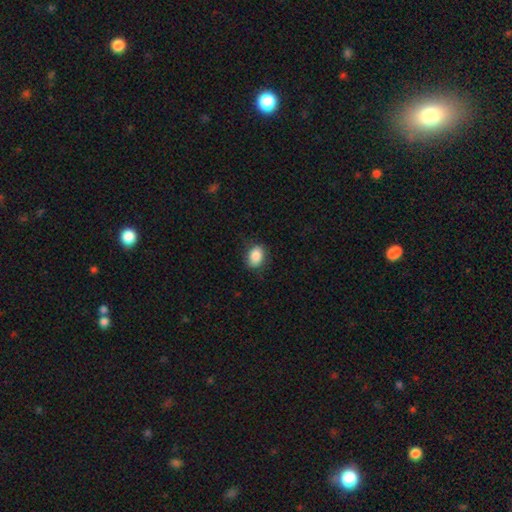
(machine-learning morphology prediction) smooth 86%, star or artifact 8%, featured or disk 6%. Down the decision tree: how rounded — in between (73%); merging — none (78%).